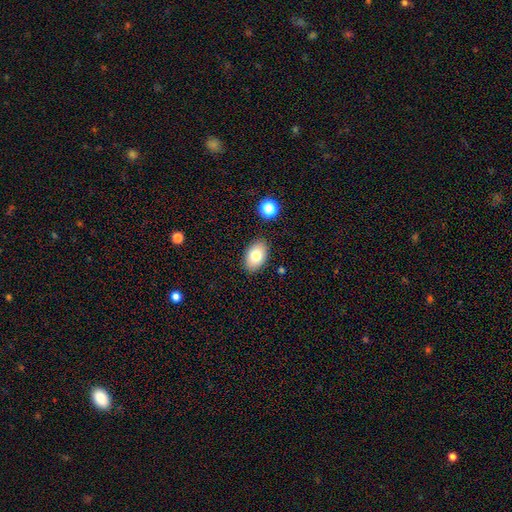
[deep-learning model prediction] smooth-or-featured: smooth: 80% | featured or disk: 12% | star or artifact: 8%
  how-rounded: in between: 89% | round: 10% | cigar-shaped: 1%
  merging: none: 86% | minor disturbance: 10% | merger: 2% | major disturbance: 2%